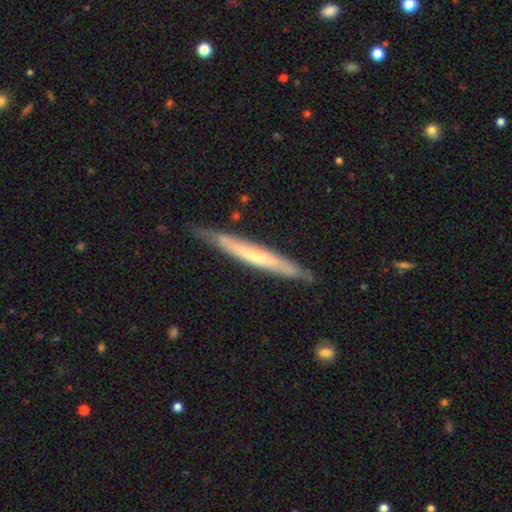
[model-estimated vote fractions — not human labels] A featured or disk galaxy (52%) viewed edge-on (90%). Merging: none (80%).